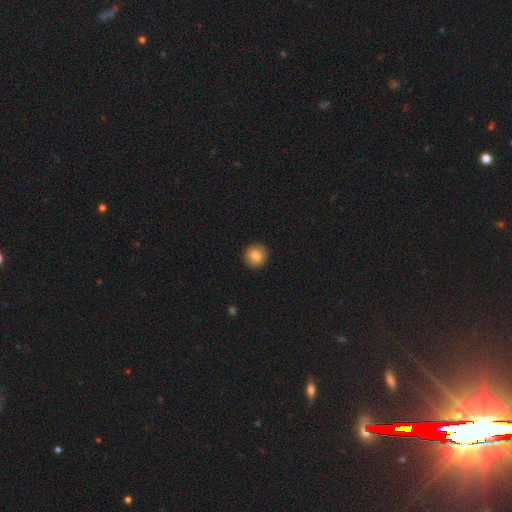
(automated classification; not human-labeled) This is clearly a smooth galaxy (81%). How rounded: clearly round (94%). Merging: clearly none (93%).